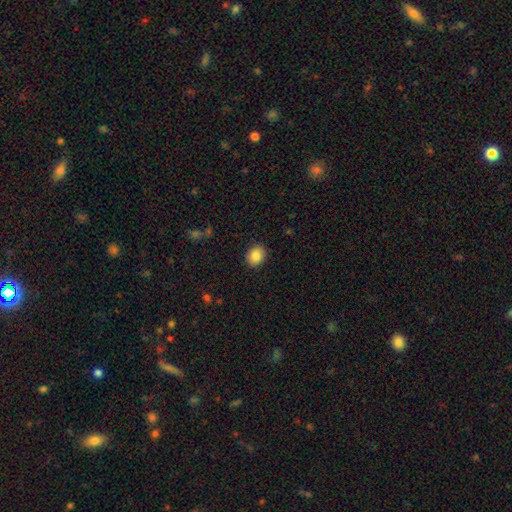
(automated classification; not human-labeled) Morphology: type=smooth (86%); roundness=round (54%); merging=none (89%).